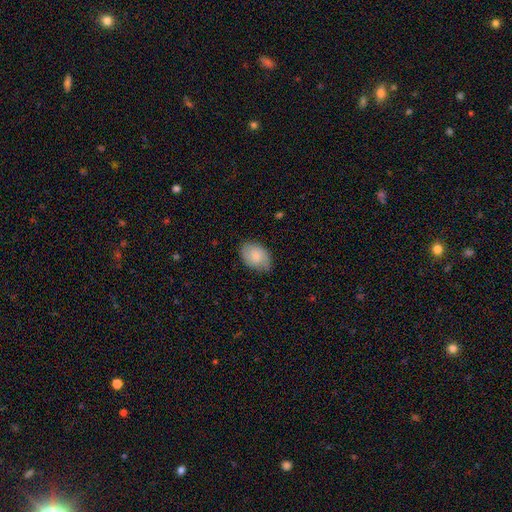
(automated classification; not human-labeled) Smooth or featured?
  - smooth: 71% *
  - featured or disk: 22%
  - star or artifact: 7%
How rounded?
  - in between: 84% *
  - round: 15%
  - cigar-shaped: 1%
Merging?
  - none: 79% *
  - minor disturbance: 17%
  - major disturbance: 4%
  - merger: 1%